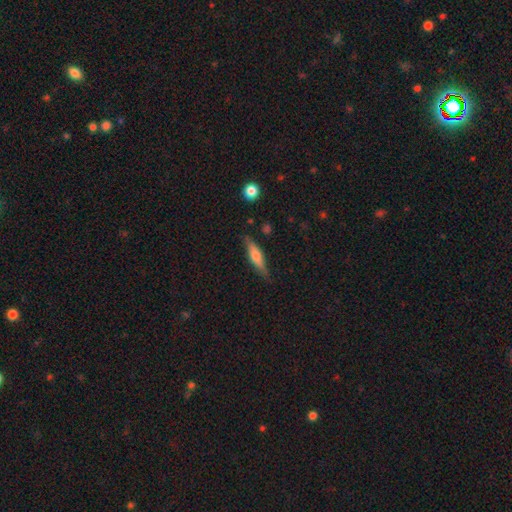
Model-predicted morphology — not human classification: The model was most divided on "smooth or featured": smooth: 52%, featured or disk: 41%, star or artifact: 6%. More confident: merging — none (77%); how rounded — cigar-shaped (69%).